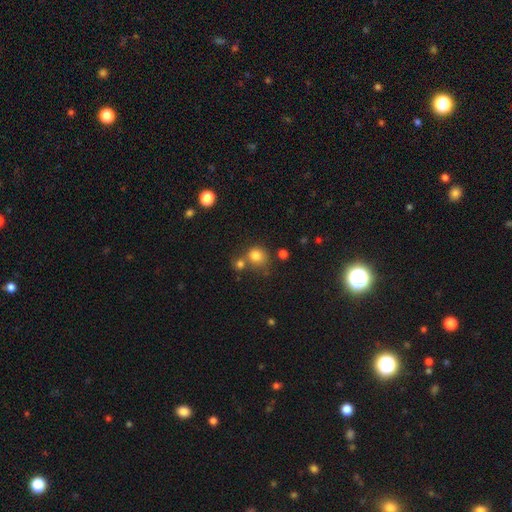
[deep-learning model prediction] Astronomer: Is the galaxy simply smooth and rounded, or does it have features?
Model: smooth — 79%.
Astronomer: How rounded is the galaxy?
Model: round — 81%.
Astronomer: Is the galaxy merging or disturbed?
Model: none — 54%.